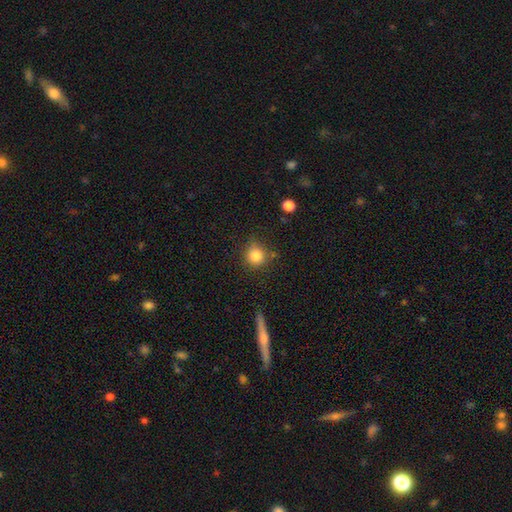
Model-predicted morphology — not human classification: Q: Smooth or featured?
A: smooth (84%); runner-up: star or artifact (11%)
Q: How rounded?
A: round (89%); runner-up: in between (10%)
Q: Merging?
A: none (75%); runner-up: minor disturbance (16%)